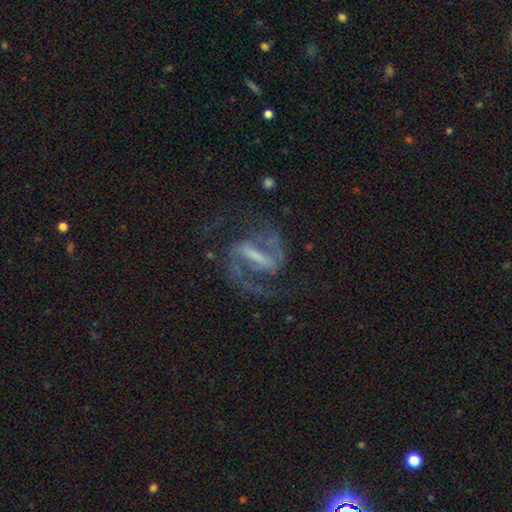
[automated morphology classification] A featured or disk galaxy (91%) with a strong bar (67%), 2 (93%) medium (64%) spiral arms (97%) and a small central bulge (36%, tied with none).

Vote fractions:
- Smooth or featured? featured or disk: 91% / star or artifact: 5% / smooth: 4%
- Edge-on disk? no: 97% / yes: 3%
- Bar? strong: 67% / weak: 26% / no: 6%
- Spiral arms? yes: 97% / no: 3%
- Spiral winding? medium: 64% / loose: 20% / tight: 16%
- Spiral arm count? 2: 93% / can't tell: 2% / 1: 1% / 3: 1% / 4: 1% / more than 4: 1%
- Bulge size? small: 36% (tied) / none: 36% (tied) / moderate: 21% / large: 6% / dominant: 1%
- Merging? none: 73% / minor disturbance: 13% / major disturbance: 12% / merger: 2%